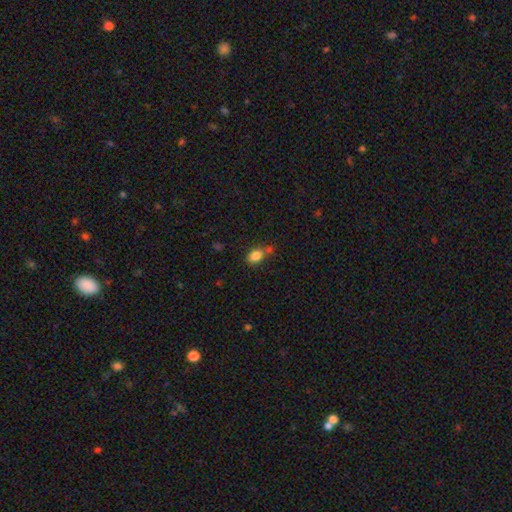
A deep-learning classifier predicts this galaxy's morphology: smooth 83%, star or artifact 10%, featured or disk 6%. Down the decision tree: how rounded — in between (65%); merging — none (60%).